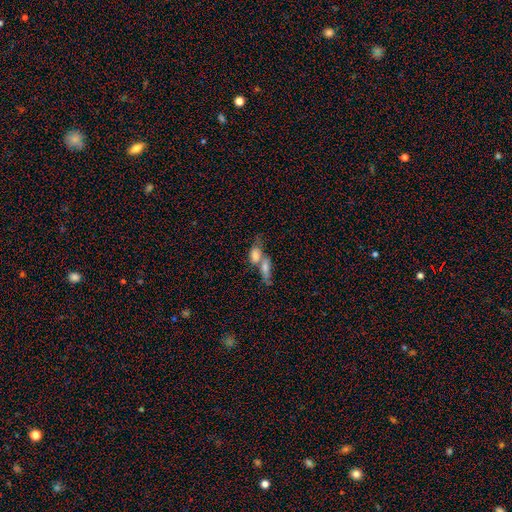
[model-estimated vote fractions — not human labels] A smooth galaxy with no disk features (68%) that is in between round and cigar-shaped (72%).

Vote fractions:
- Smooth or featured? smooth: 68% / featured or disk: 23% / star or artifact: 9%
- How rounded? in between: 72% / cigar-shaped: 18% / round: 10%
- Merging? merger: 71% / none: 17% / minor disturbance: 7% / major disturbance: 6%